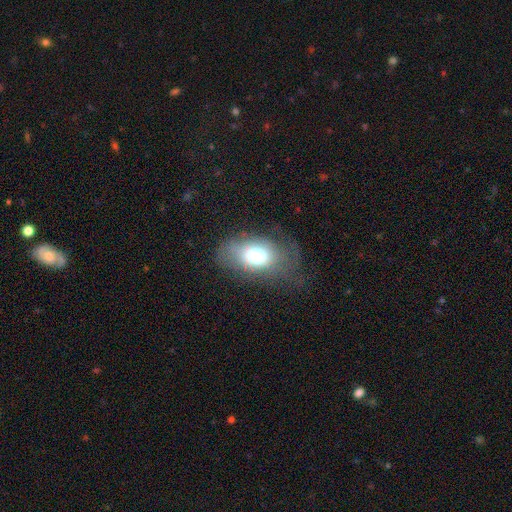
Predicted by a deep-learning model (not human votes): smooth 66%, featured or disk 22%, star or artifact 12%. Down the decision tree: how rounded — in between (79%); merging — none (50%).